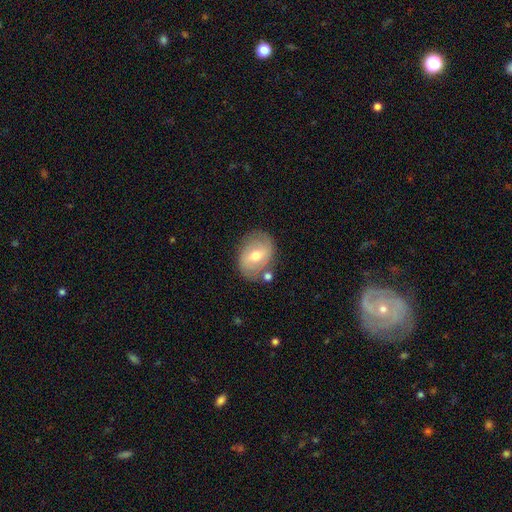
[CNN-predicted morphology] type=featured or disk (52%); edge-on=no (95%); merging=none (71%).